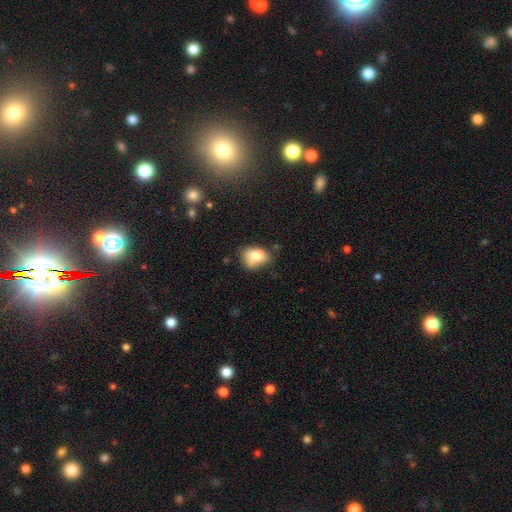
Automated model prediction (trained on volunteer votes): This is likely a smooth galaxy (78%). How rounded: likely in between (70%). Merging: possibly none (52%).